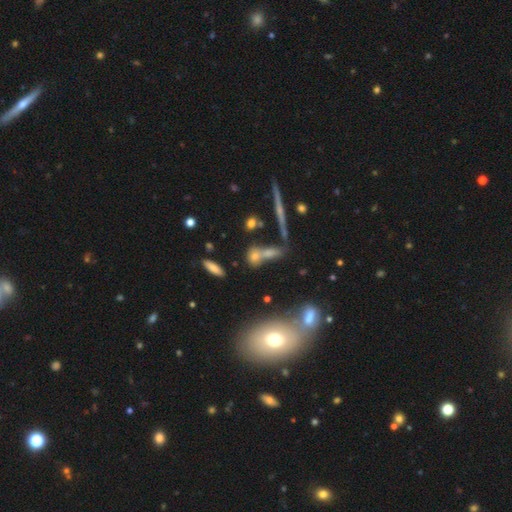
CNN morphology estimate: Overall: smooth (56%; featured or disk 24%). How rounded: in between (47%; round 34%). Merging: none (51%; merger 31%).